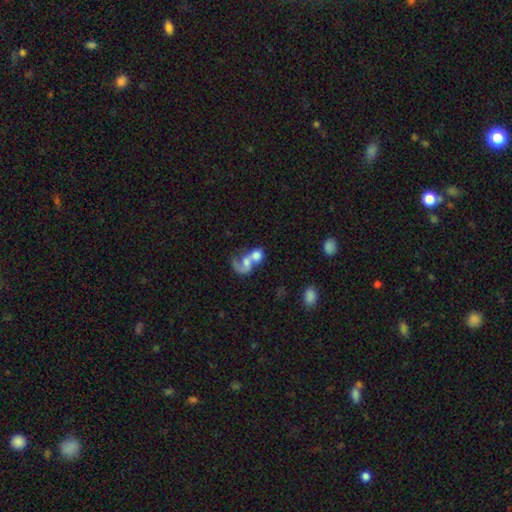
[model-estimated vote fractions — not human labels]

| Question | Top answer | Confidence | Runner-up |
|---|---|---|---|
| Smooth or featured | smooth | 46% | featured or disk (45%) |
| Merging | merger | 76% | none (10%) |